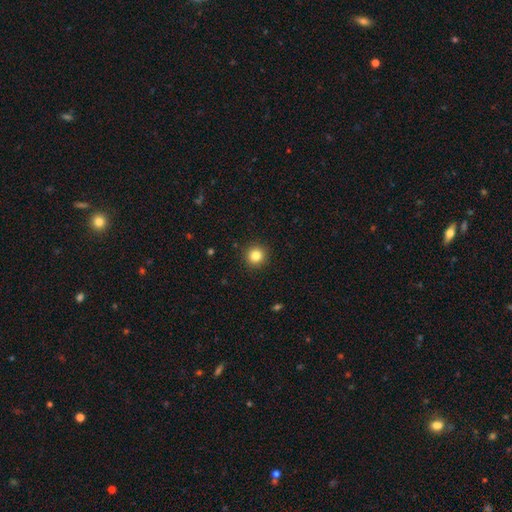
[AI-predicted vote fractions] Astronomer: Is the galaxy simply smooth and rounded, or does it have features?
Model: smooth — 83%.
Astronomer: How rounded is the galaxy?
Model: round — 94%.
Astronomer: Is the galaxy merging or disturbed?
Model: none — 92%.